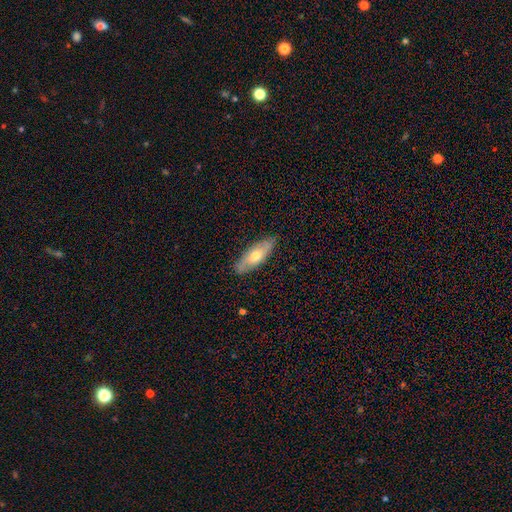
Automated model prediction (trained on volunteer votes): A smooth galaxy with no disk features (54%) that is in between round and cigar-shaped (64%). Merging: none (84%).